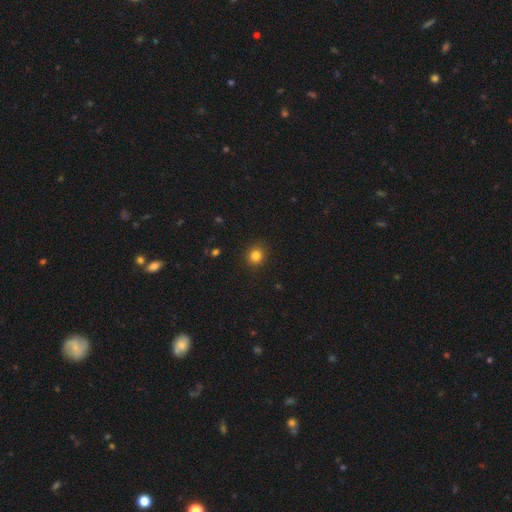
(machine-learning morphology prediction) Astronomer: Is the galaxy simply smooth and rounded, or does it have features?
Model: smooth — 83%.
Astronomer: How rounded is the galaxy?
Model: round — 89%.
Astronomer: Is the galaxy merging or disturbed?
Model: none — 91%.